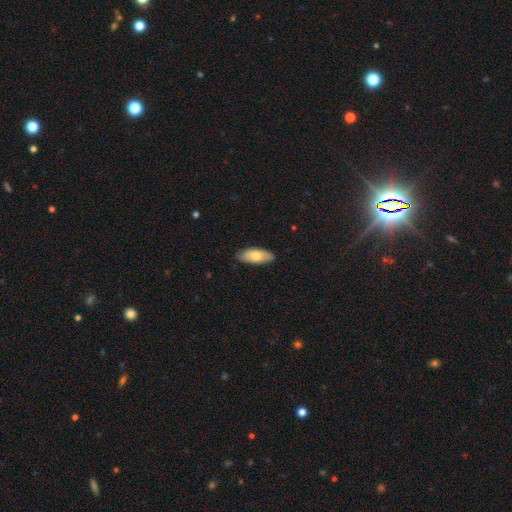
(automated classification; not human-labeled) Smooth or featured: smooth — 75% (featured or disk — 20%)
How rounded: in between — 83% (cigar-shaped — 15%)
Merging: none — 87% (minor disturbance — 11%)